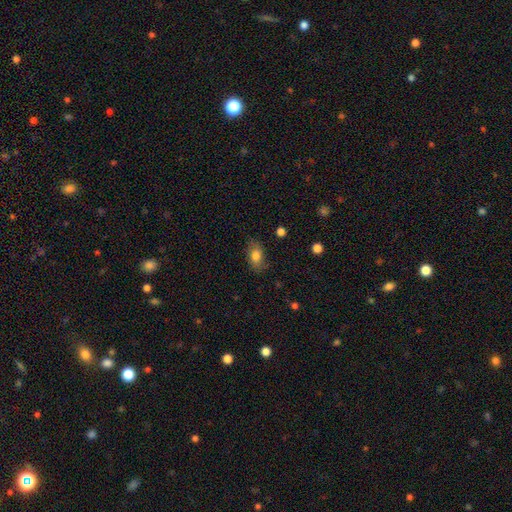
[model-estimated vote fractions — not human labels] Smooth or featured? Predicted: smooth (p=0.78). How rounded? Predicted: in between (p=0.86). Merging? Predicted: none (p=0.76).